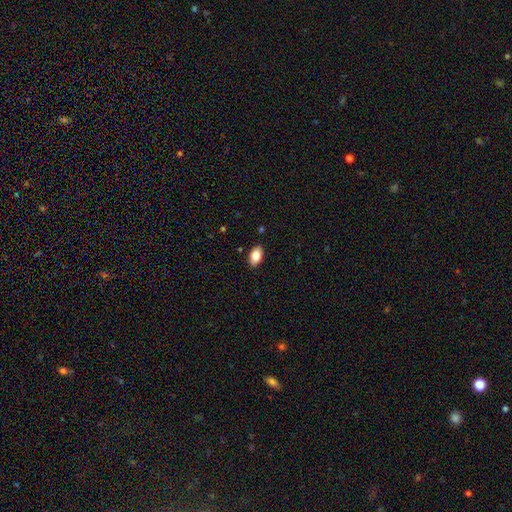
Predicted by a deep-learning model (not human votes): A smooth galaxy with no disk features (84%) that is in between round and cigar-shaped (92%). Merging: none (88%).